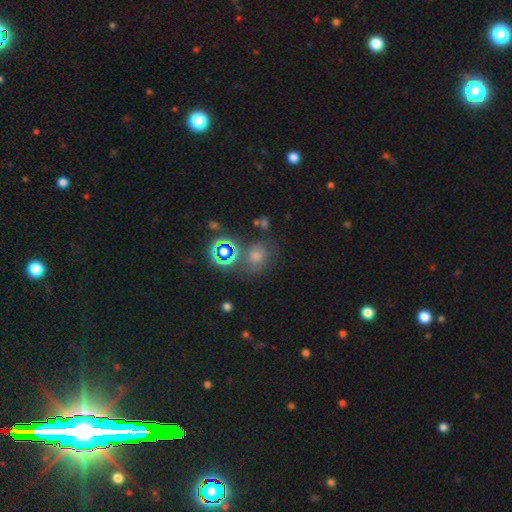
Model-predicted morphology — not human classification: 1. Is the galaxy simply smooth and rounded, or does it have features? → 43% smooth, 42% star or artifact, 14% featured or disk.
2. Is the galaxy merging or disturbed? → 70% none, 13% minor disturbance, 11% merger, 6% major disturbance.